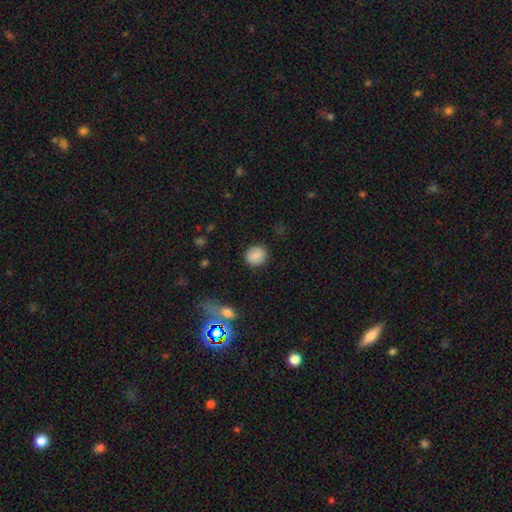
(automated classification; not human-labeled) smooth-or-featured: smooth: 84% | star or artifact: 9% | featured or disk: 7%
  how-rounded: round: 80% | in between: 19% | cigar-shaped: 1%
  merging: none: 87% | minor disturbance: 9% | major disturbance: 3% | merger: 1%